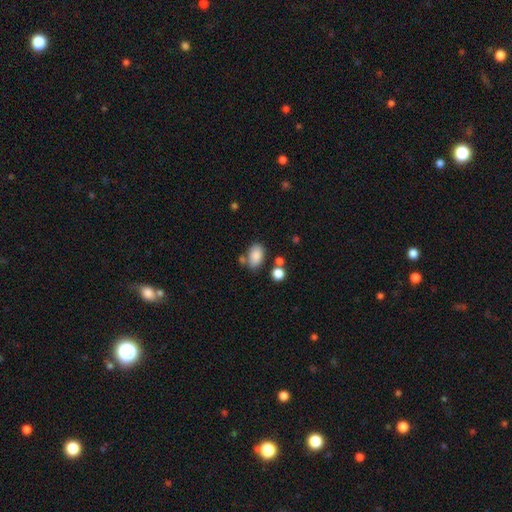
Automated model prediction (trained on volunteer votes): A smooth galaxy with no disk features (85%) that is in between round and cigar-shaped (89%).

Vote fractions:
- Smooth or featured? smooth: 85% / star or artifact: 8% / featured or disk: 6%
- How rounded? in between: 89% / round: 9% / cigar-shaped: 1%
- Merging? none: 65% / minor disturbance: 15% / merger: 14% / major disturbance: 5%